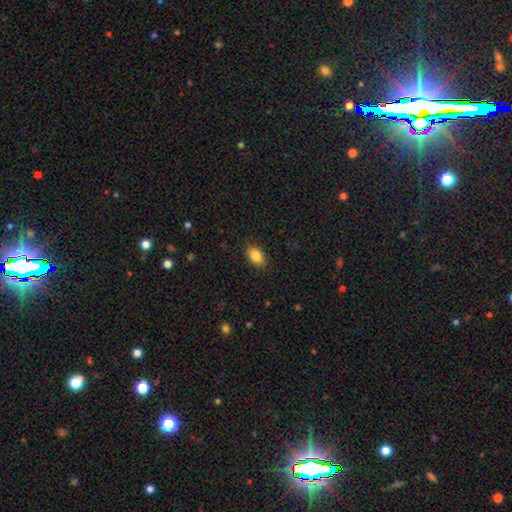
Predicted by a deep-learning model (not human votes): Smooth or featured? smooth (85%)
How rounded? in between (88%)
Merging? none (87%)